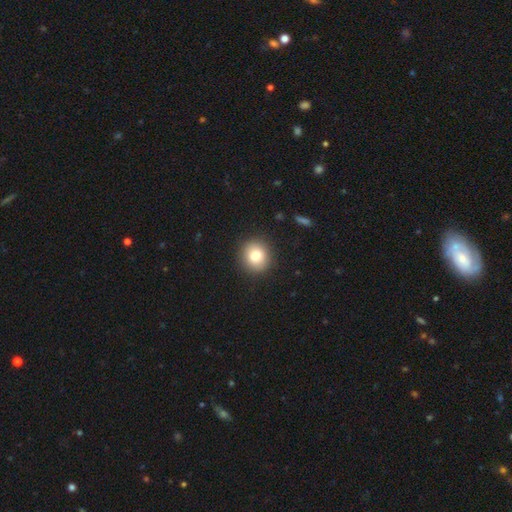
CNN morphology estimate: smooth-or-featured: smooth: 80% | star or artifact: 10% | featured or disk: 10%
  how-rounded: round: 88% | in between: 11% | cigar-shaped: 1%
  merging: none: 91% | minor disturbance: 6% | major disturbance: 2% | merger: 1%